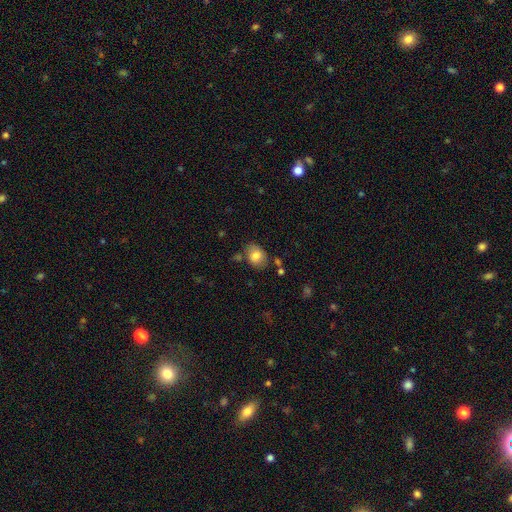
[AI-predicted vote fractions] Morphology: type=smooth (79%); roundness=in between (66%); merging=none (73%).